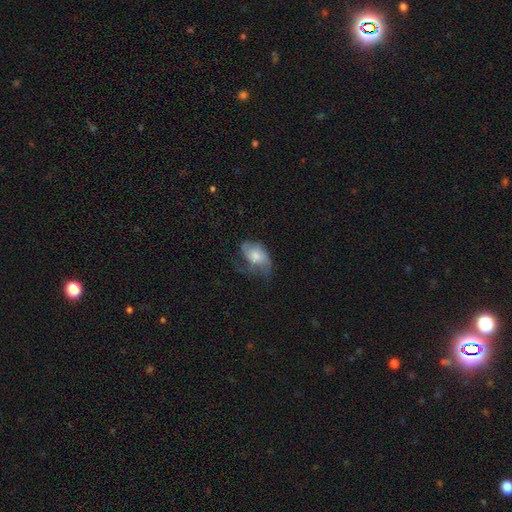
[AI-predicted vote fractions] Smooth or featured?
  - smooth: 50% *
  - featured or disk: 42%
  - star or artifact: 7%
How rounded?
  - in between: 88% *
  - round: 10%
  - cigar-shaped: 2%
Merging?
  - none: 34% *
  - major disturbance: 33%
  - minor disturbance: 30%
  - merger: 2%